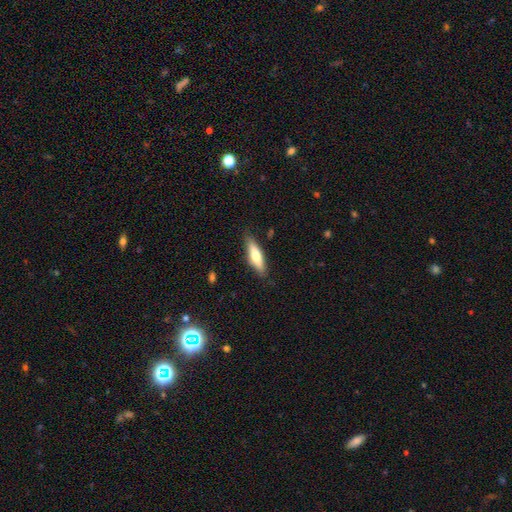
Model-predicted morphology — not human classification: type=smooth (64%); roundness=cigar-shaped (63%); merging=none (85%).